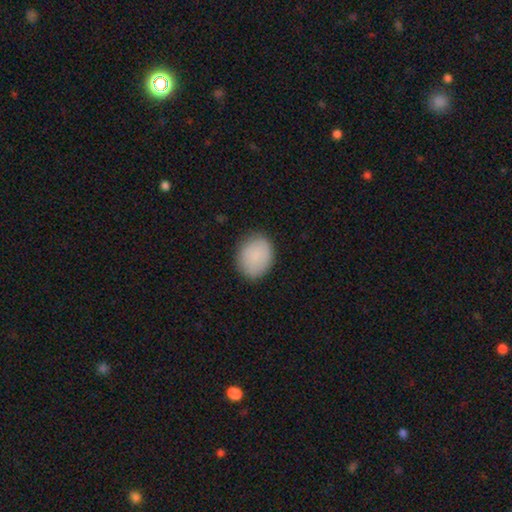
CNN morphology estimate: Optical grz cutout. It shows a smooth galaxy with no disk features (86%) that is in between round and cigar-shaped (53%). Merging: none (85%).